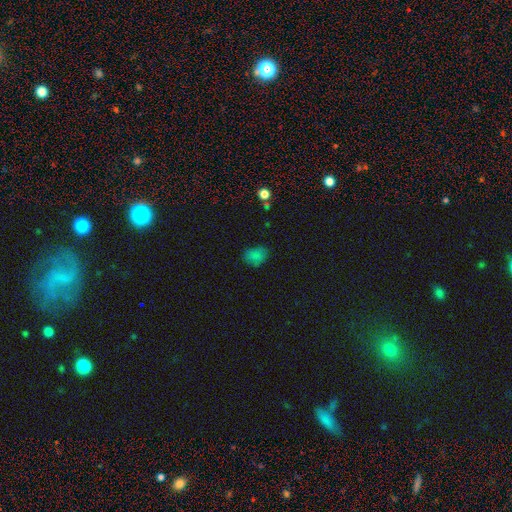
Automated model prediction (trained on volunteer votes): Morphology: type=smooth (78%); roundness=in between (62%); merging=none (73%).